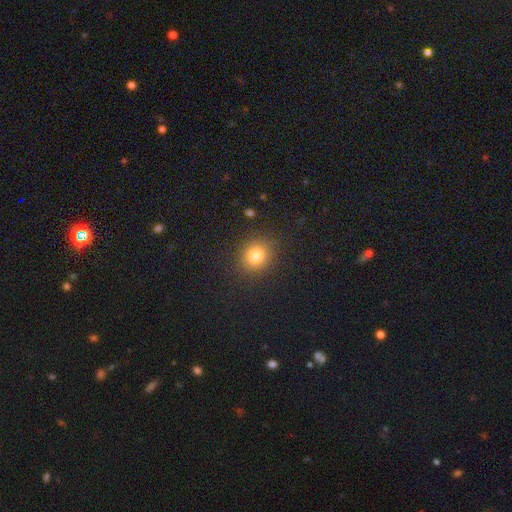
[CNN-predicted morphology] This is likely a smooth galaxy (79%). How rounded: likely round (78%). Merging: clearly none (88%).